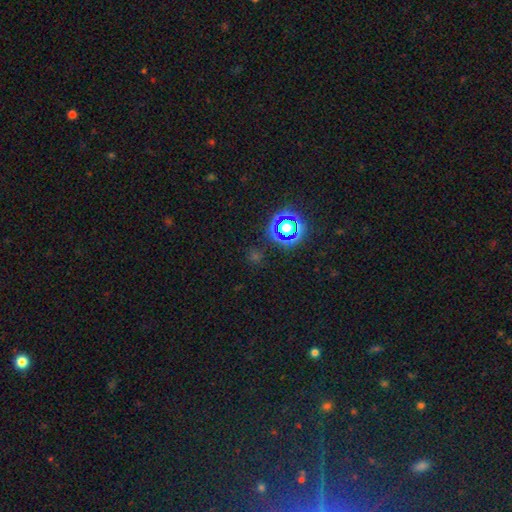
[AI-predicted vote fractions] A star or artifact, not a galaxy (65%).